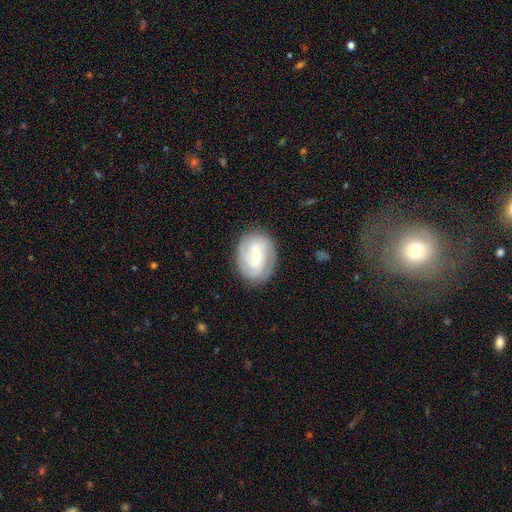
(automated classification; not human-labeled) smooth-or-featured: featured or disk: 77% | smooth: 17% | star or artifact: 5%
  disk-edge-on: no: 97% | yes: 3%
    bar: weak: 51% | no: 25% | strong: 24%
    has-spiral-arms: yes: 93% | no: 7%
      spiral-winding: tight: 56% | medium: 35% | loose: 10%
      spiral-arm-count: 2: 41% | 3: 26% | can't tell: 20% | 4: 6% | 1: 4% | more than 4: 3%
    bulge-size: moderate: 55% | small: 41% | large: 3% | none: 1% | dominant: 1%
  merging: none: 83% | minor disturbance: 13% | major disturbance: 4% | merger: 1%